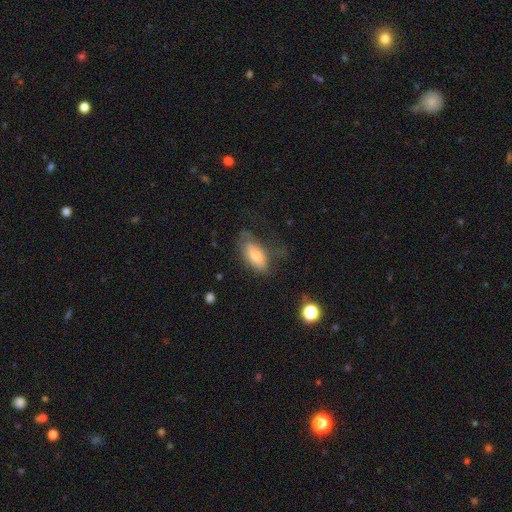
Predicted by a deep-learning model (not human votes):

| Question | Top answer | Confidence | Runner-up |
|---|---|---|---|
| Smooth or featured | smooth | 69% | featured or disk (23%) |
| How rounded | in between | 88% | cigar-shaped (9%) |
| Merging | none | 44% | minor disturbance (28%) |